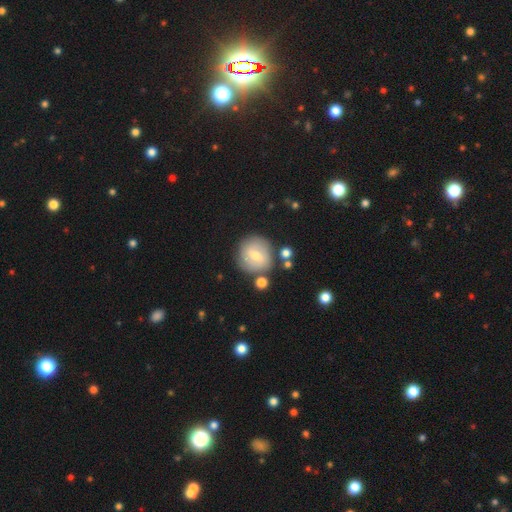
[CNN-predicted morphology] Q: Smooth or featured?
A: smooth (55%); runner-up: featured or disk (37%)
Q: How rounded?
A: round (87%); runner-up: in between (12%)
Q: Merging?
A: none (76%); runner-up: minor disturbance (13%)